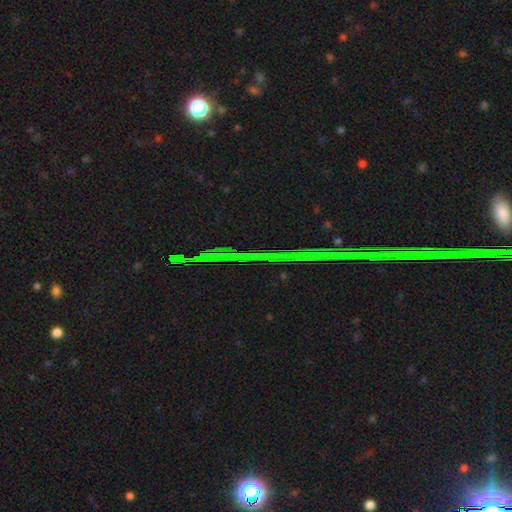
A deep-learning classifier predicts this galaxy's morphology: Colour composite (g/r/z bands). It shows a star or artifact, not a galaxy (86%).